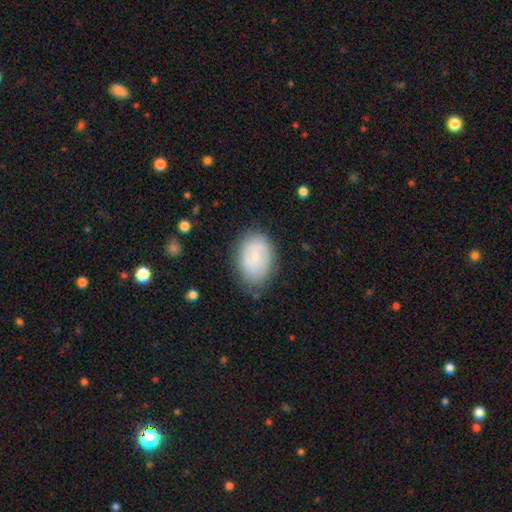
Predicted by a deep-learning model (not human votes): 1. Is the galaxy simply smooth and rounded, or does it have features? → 48% featured or disk, 44% smooth, 7% star or artifact.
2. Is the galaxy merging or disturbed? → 73% none, 20% minor disturbance, 6% major disturbance, 2% merger.